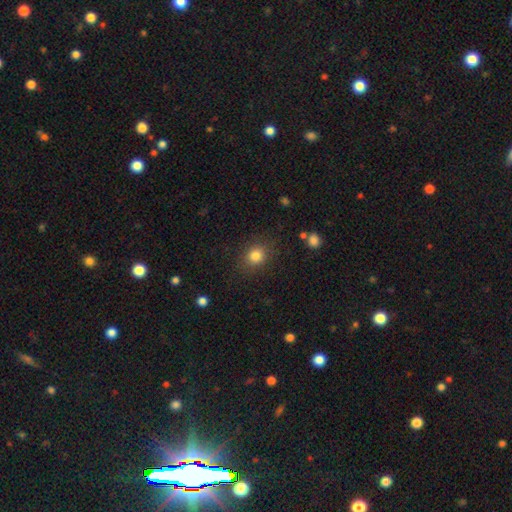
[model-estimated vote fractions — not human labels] Smooth or featured?
  - smooth: 83% *
  - star or artifact: 11%
  - featured or disk: 6%
How rounded?
  - round: 72% *
  - in between: 27%
  - cigar-shaped: 1%
Merging?
  - none: 85% *
  - minor disturbance: 9%
  - major disturbance: 4%
  - merger: 2%